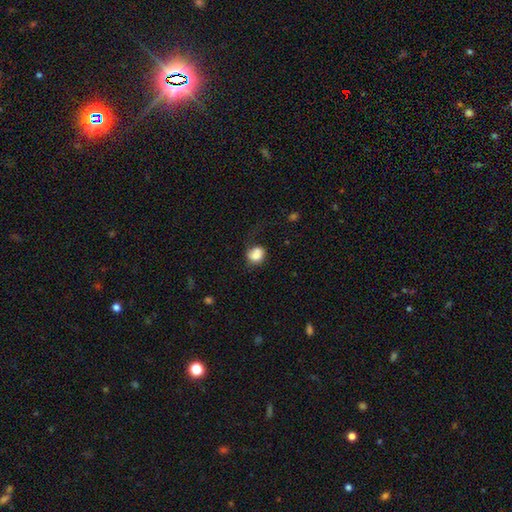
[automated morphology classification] This is clearly a smooth galaxy (80%). How rounded: likely round (66%). Merging: possibly none (45%).